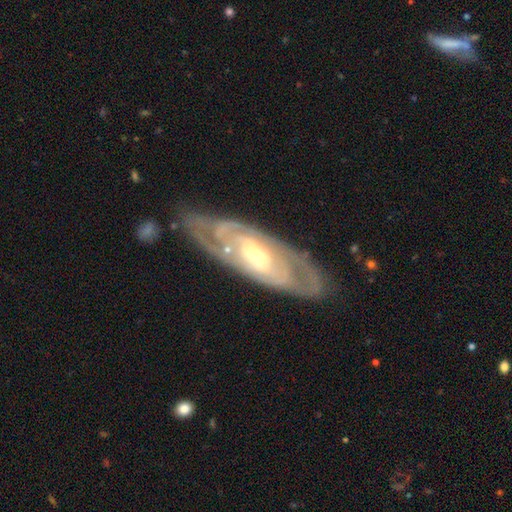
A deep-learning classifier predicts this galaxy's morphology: A featured or disk galaxy (83%) with no bar (50%), tight (67%) spiral arms (87%) and a small central bulge (61%). Merging: none (73%).